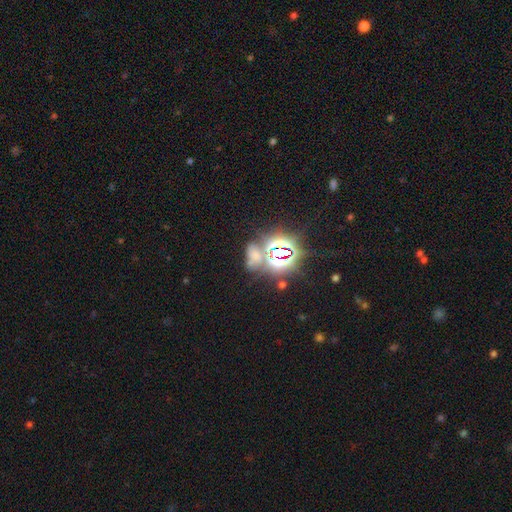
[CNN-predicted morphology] A star or artifact, not a galaxy (60%).

Vote fractions:
- Smooth or featured? star or artifact: 60% / smooth: 30% / featured or disk: 11%